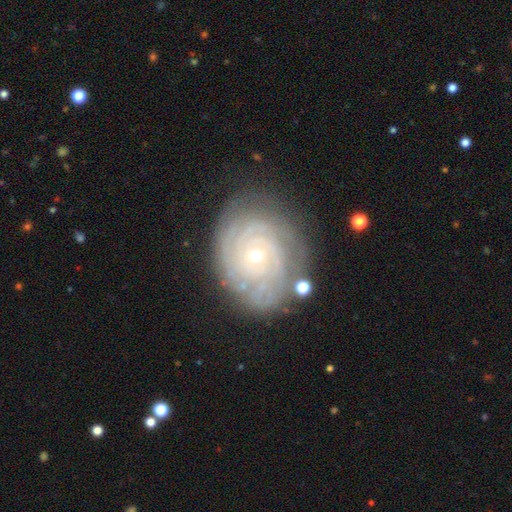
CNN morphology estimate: Smooth or featured: featured or disk — 86% (smooth — 7%)
Edge-on disk: no — 97% (yes — 3%)
Bar: no — 80% (weak — 15%)
Spiral arms: yes — 97% (no — 3%)
Spiral winding: tight — 86% (medium — 12%)
Spiral arm count: can't tell — 30% (4 — 21%)
Bulge size: small — 66% (moderate — 32%)
Merging: none — 78% (minor disturbance — 15%)